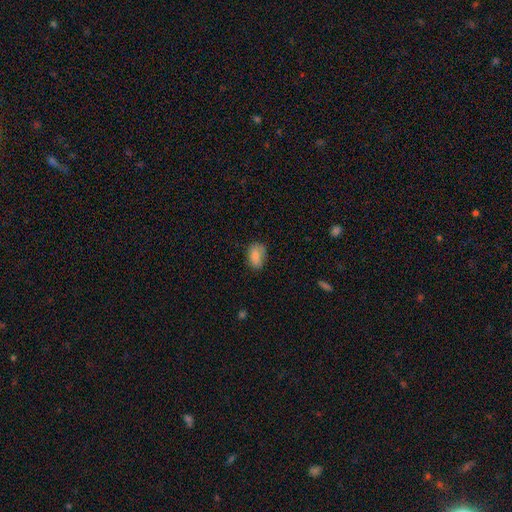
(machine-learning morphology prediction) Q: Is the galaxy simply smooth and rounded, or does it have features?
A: smooth — 84%.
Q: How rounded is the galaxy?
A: in between — 85%.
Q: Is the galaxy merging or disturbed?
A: none — 65%.